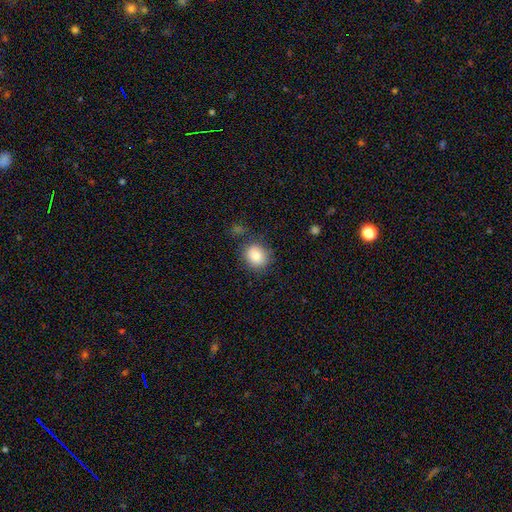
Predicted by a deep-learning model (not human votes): Smooth or featured? smooth (84%)
How rounded? round (70%)
Merging? none (78%)